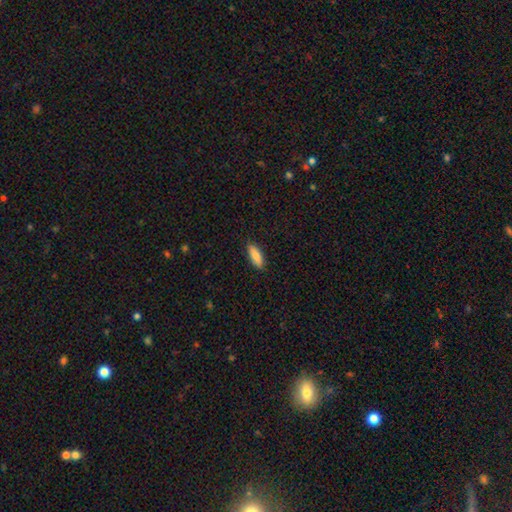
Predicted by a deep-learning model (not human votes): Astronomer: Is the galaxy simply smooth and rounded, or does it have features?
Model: smooth — 84%.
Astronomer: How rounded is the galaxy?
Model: in between — 68%.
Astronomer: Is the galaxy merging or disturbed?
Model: none — 88%.